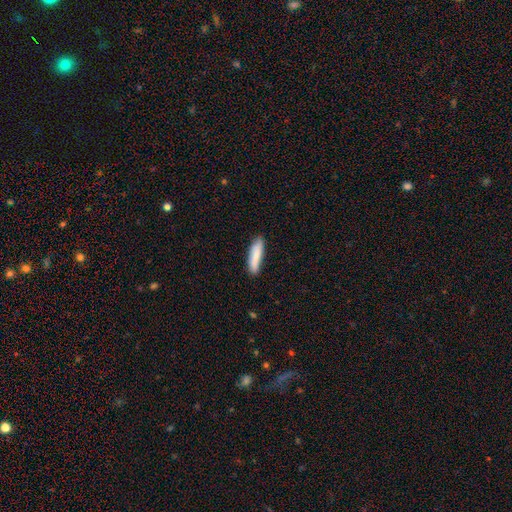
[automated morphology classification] smooth 82%, featured or disk 12%, star or artifact 6%. Down the decision tree: how rounded — cigar-shaped (72%); merging — none (81%).